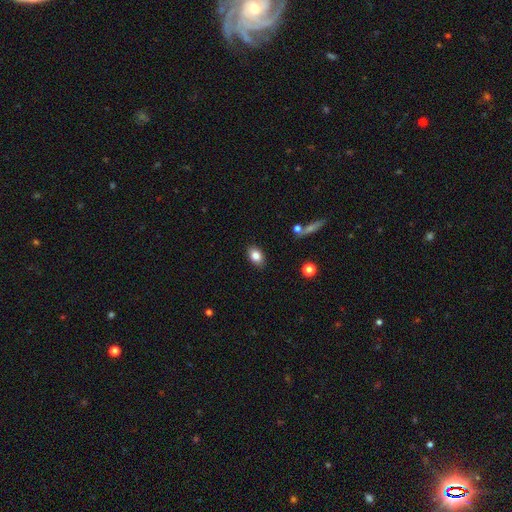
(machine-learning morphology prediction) Overall: smooth (82%). How rounded: in between (84%). Merging: none (87%).